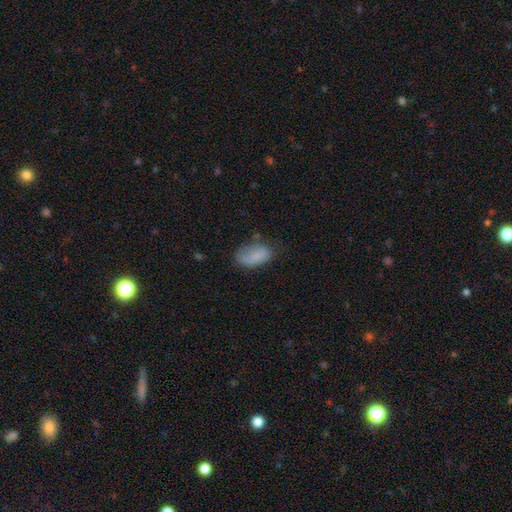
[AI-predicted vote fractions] Q: Smooth or featured?
A: smooth (81%); runner-up: featured or disk (11%)
Q: How rounded?
A: in between (93%); runner-up: round (4%)
Q: Merging?
A: none (55%); runner-up: minor disturbance (30%)